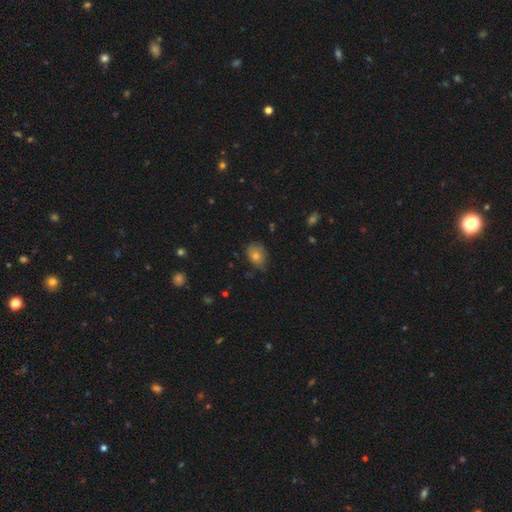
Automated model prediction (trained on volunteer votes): Smooth or featured?
  - smooth: 72% *
  - star or artifact: 14%
  - featured or disk: 14%
How rounded?
  - in between: 63% *
  - round: 35%
  - cigar-shaped: 1%
Merging?
  - none: 69% *
  - minor disturbance: 24%
  - major disturbance: 5%
  - merger: 1%